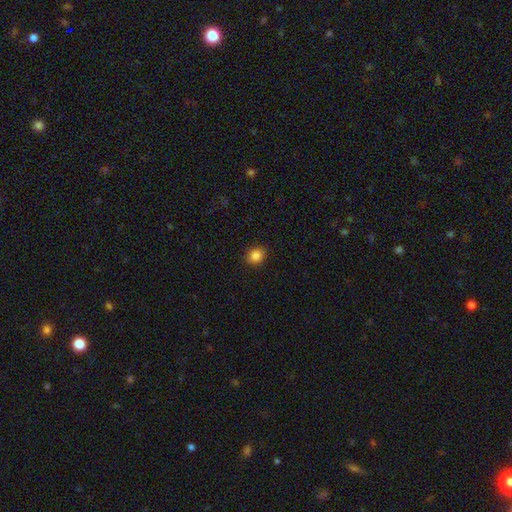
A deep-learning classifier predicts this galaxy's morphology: smooth 86%, star or artifact 10%, featured or disk 4%. Down the decision tree: how rounded — round (67%); merging — none (91%).